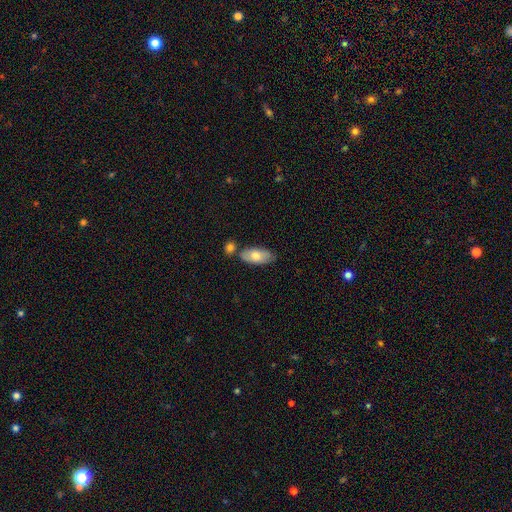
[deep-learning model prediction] This is likely a smooth galaxy (69%). How rounded: clearly in between (89%). Merging: likely none (68%).